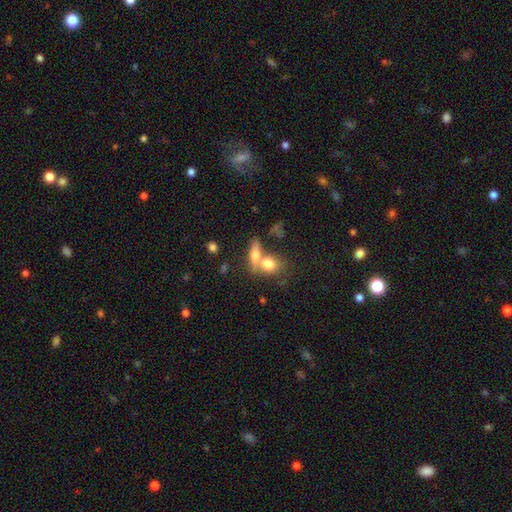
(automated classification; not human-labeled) The model was most divided on "merging": merger: 52%, none: 34%, minor disturbance: 9%, major disturbance: 5%. More confident: smooth or featured — smooth (68%); how rounded — in between (59%).